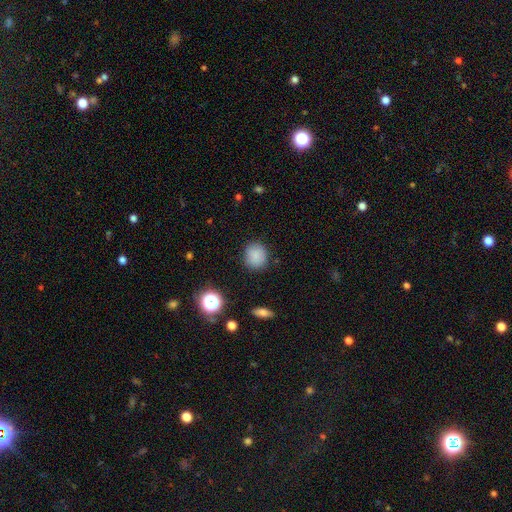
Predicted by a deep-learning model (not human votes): The model was most divided on "how rounded": round: 82%, in between: 17%, cigar-shaped: 1%. More confident: merging — none (86%); smooth or featured — smooth (84%).